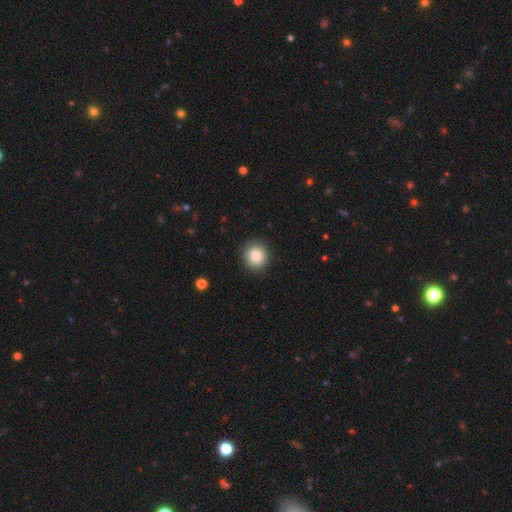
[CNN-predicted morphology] Smooth or featured: smooth — 85% (star or artifact — 9%)
How rounded: round — 88% (in between — 11%)
Merging: none — 86% (minor disturbance — 10%)